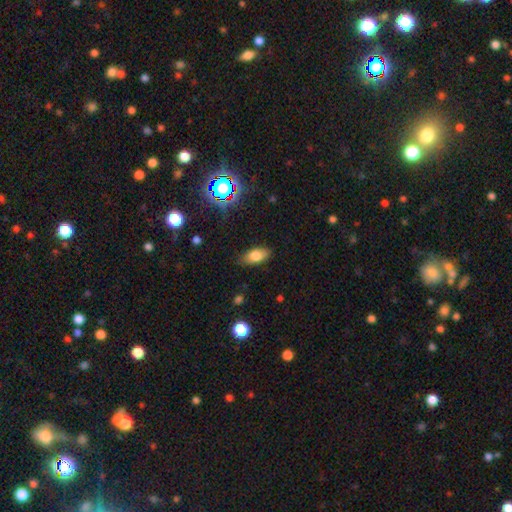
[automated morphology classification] smooth-or-featured: smooth: 77% | featured or disk: 13% | star or artifact: 11%
  how-rounded: in between: 89% | cigar-shaped: 7% | round: 4%
  merging: none: 82% | minor disturbance: 14% | major disturbance: 3% | merger: 1%